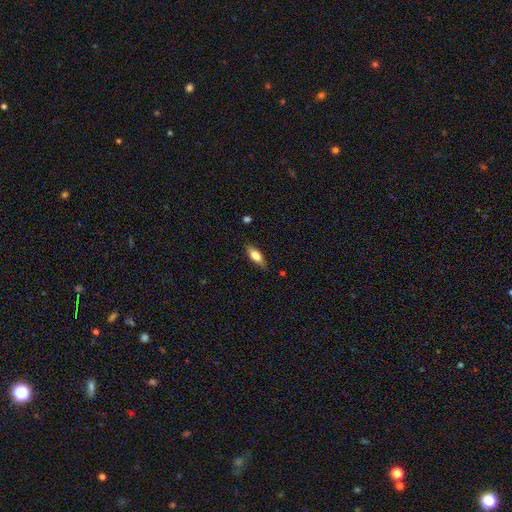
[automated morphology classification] Overall: smooth (71%). How rounded: in between (65%; cigar-shaped 33%). Merging: none (82%).